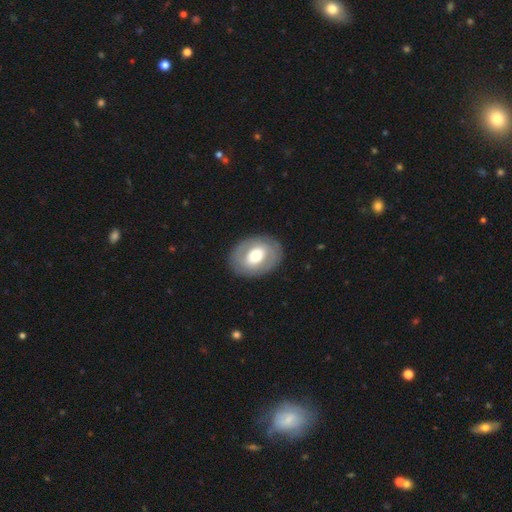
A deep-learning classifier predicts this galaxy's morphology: The model was most divided on "smooth or featured": smooth: 49%, featured or disk: 45%, star or artifact: 6%. More confident: merging — none (85%).